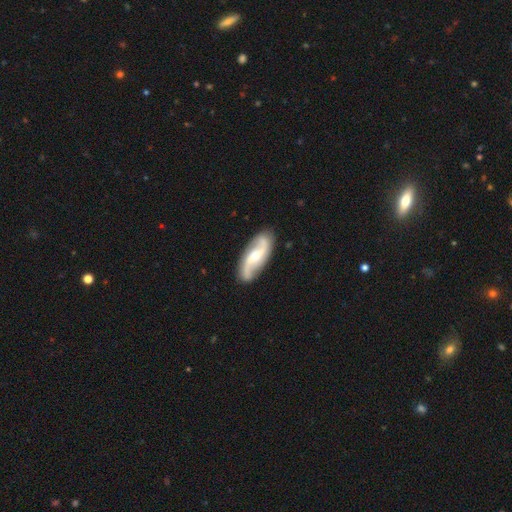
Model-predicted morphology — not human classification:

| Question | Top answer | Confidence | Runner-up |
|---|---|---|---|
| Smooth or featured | featured or disk | 84% | smooth (11%) |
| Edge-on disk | no | 94% | yes (6%) |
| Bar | no | 40% | weak (39%) |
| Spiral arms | yes | 96% | no (4%) |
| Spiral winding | loose | 64% | medium (27%) |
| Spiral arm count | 2 | 92% | can't tell (3%) |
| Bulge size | moderate | 49% | small (47%) |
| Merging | none | 85% | minor disturbance (11%) |